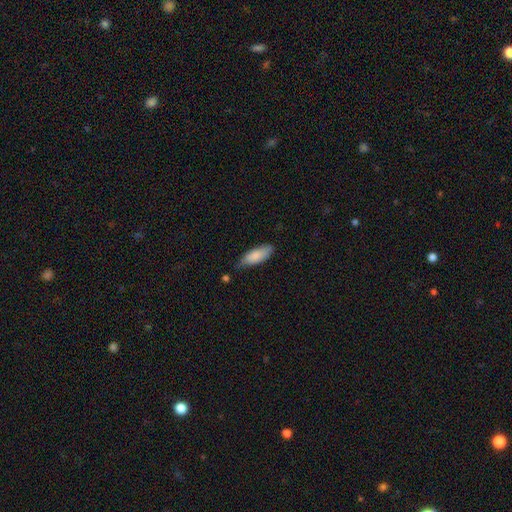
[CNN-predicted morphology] The model was most divided on "merging": none: 63%, minor disturbance: 30%, major disturbance: 5%, merger: 3%. More confident: smooth or featured — smooth (84%); how rounded — in between (72%).